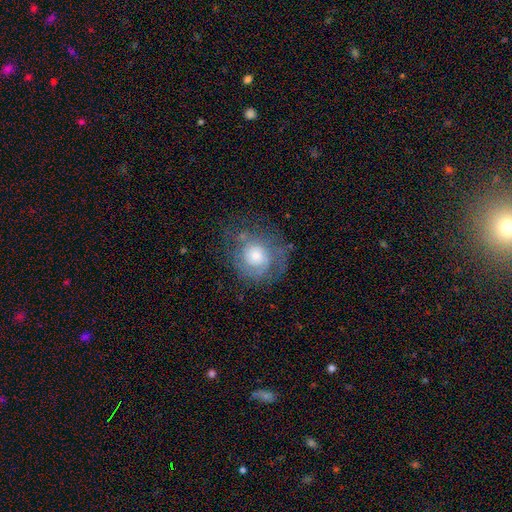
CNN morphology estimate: featured or disk 61%, smooth 30%, star or artifact 9%. Down the decision tree: edge-on disk — no (97%); bar — no (80%); spiral arms — yes (76%); bulge size — moderate (49%); merging — none (62%).